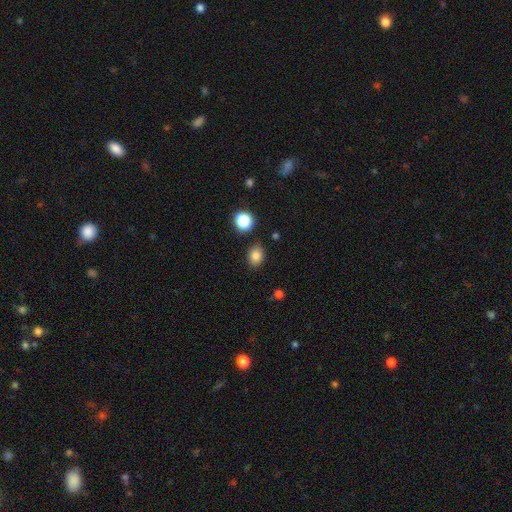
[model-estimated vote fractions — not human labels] A smooth galaxy with no disk features (83%) that is in between round and cigar-shaped (60%).

Vote fractions:
- Smooth or featured? smooth: 83% / star or artifact: 11% / featured or disk: 6%
- How rounded? in between: 60% / round: 39% / cigar-shaped: 1%
- Merging? none: 83% / minor disturbance: 11% / merger: 3% / major disturbance: 3%